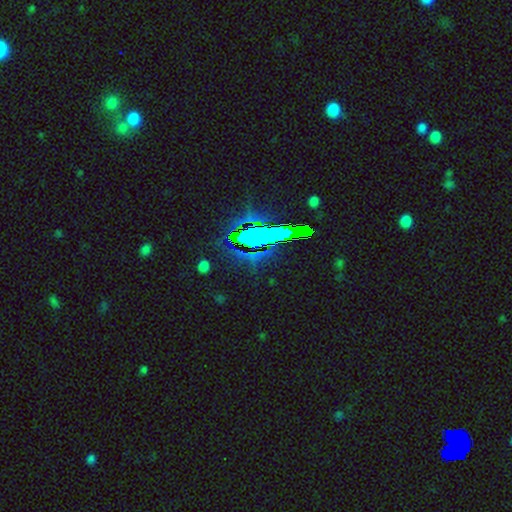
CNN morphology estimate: Overall: star or artifact (73%).